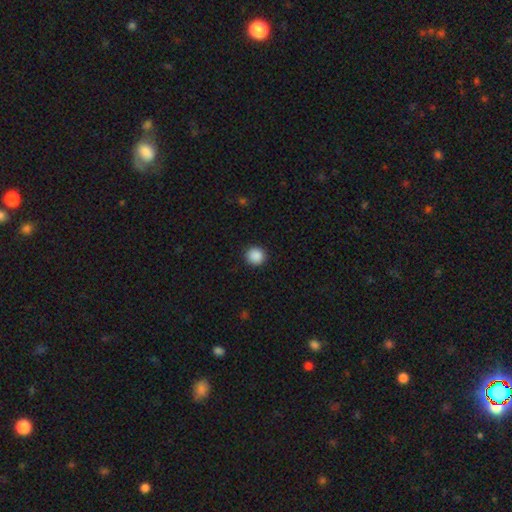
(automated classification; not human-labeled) Smooth or featured: smooth — 89% (star or artifact — 9%)
How rounded: round — 94% (in between — 5%)
Merging: none — 92% (minor disturbance — 5%)